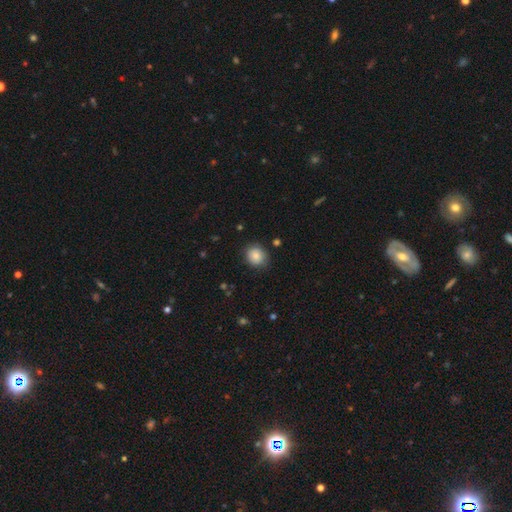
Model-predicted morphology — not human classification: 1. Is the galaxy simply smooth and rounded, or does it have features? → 84% smooth, 8% star or artifact, 8% featured or disk.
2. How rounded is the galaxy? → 75% round, 24% in between, 1% cigar-shaped.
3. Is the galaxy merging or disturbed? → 82% none, 13% minor disturbance, 3% major disturbance, 1% merger.